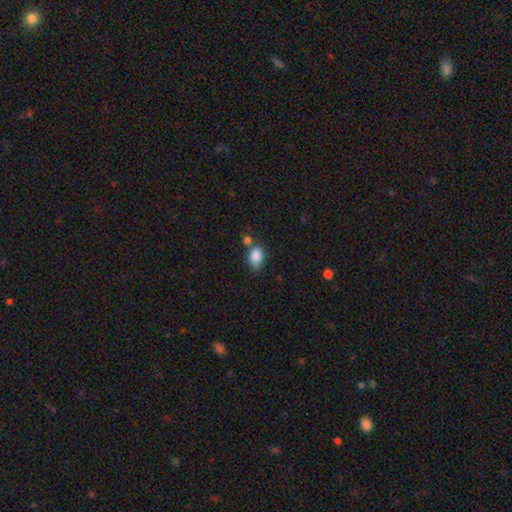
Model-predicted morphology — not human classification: A smooth galaxy with no disk features (85%) that is in between round and cigar-shaped (82%). Merging: none (55%).